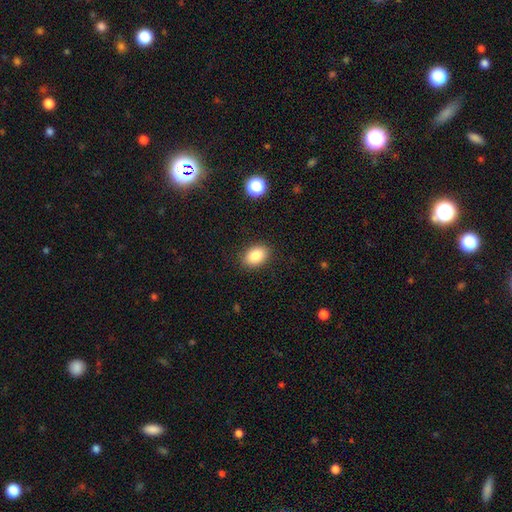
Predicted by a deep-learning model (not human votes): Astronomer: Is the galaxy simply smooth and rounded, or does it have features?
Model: smooth — 86%.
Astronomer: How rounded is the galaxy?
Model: in between — 82%.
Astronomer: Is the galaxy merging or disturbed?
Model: none — 88%.